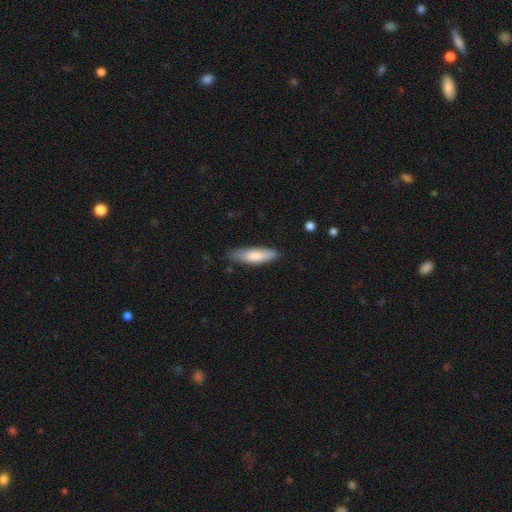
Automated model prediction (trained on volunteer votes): Overall: smooth (80%). How rounded: cigar-shaped (51%; in between 47%). Merging: none (72%).